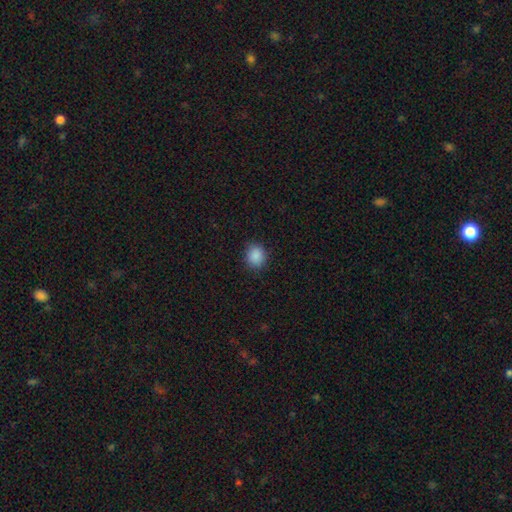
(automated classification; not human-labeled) smooth_or_featured: smooth (p=0.88) [alt: star or artifact p=0.09]
how_rounded: round (p=0.77) [alt: in between p=0.22]
merging: none (p=0.89) [alt: minor disturbance p=0.08]